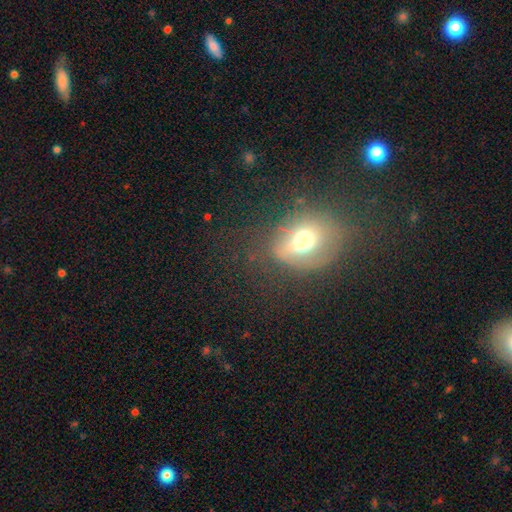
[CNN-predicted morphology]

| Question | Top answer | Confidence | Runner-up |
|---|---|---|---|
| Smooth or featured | smooth | 47% | featured or disk (31%) |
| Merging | none | 71% | minor disturbance (17%) |